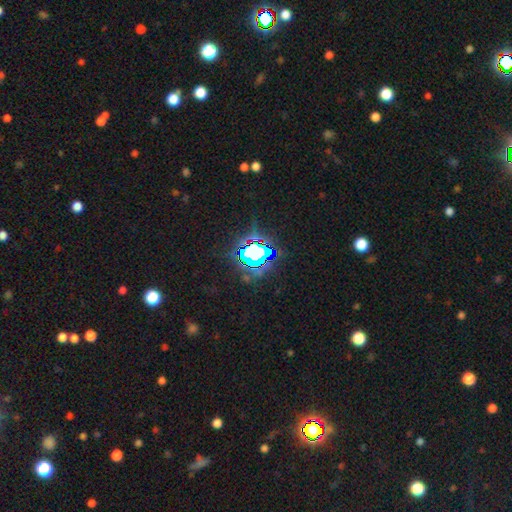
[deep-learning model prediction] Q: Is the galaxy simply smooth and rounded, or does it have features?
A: star or artifact — 73%.